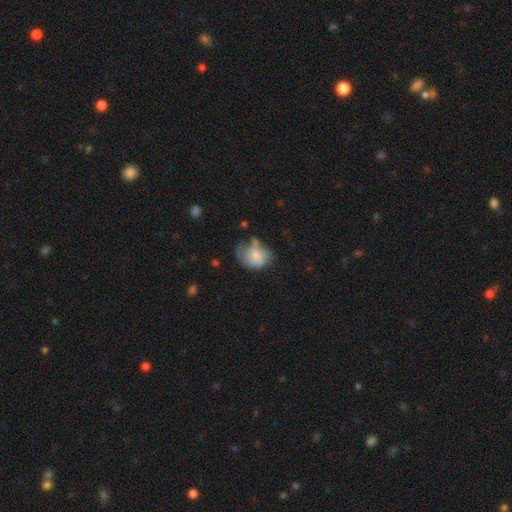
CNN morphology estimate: smooth 72%, featured or disk 20%, star or artifact 8%. Down the decision tree: how rounded — in between (62%); merging — minor disturbance (35%).